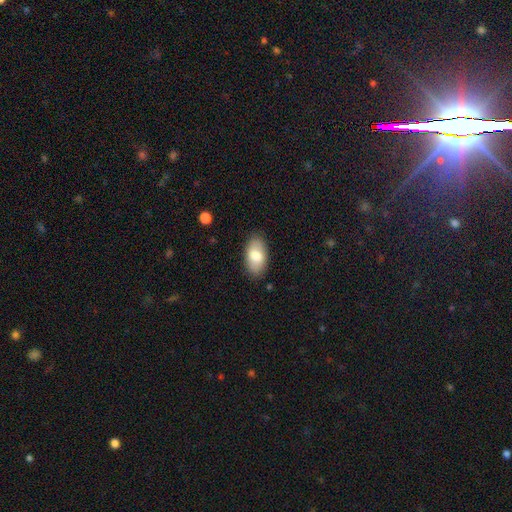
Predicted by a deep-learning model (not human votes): A smooth galaxy with no disk features (76%) that is in between round and cigar-shaped (94%). Merging: none (86%).